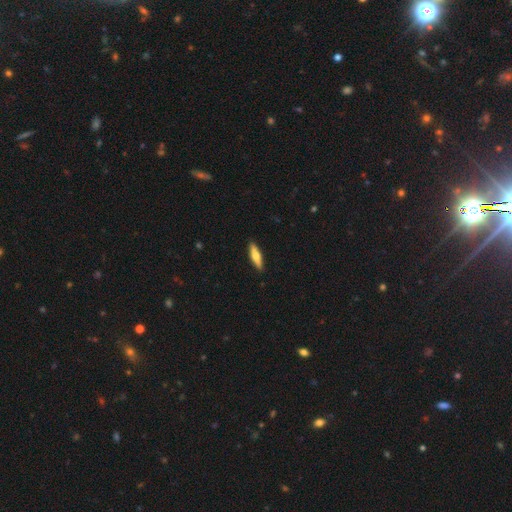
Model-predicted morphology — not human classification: Smooth or featured?
  - smooth: 52% *
  - featured or disk: 43%
  - star or artifact: 5%
How rounded?
  - cigar-shaped: 72% *
  - in between: 26%
  - round: 2%
Merging?
  - none: 91% *
  - minor disturbance: 7%
  - major disturbance: 1%
  - merger: 1%